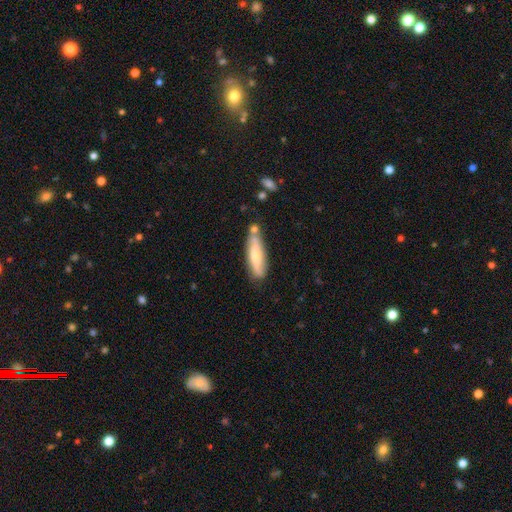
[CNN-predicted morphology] Overall: smooth (61%; featured or disk 33%). How rounded: cigar-shaped (62%; in between 36%). Merging: none (65%).